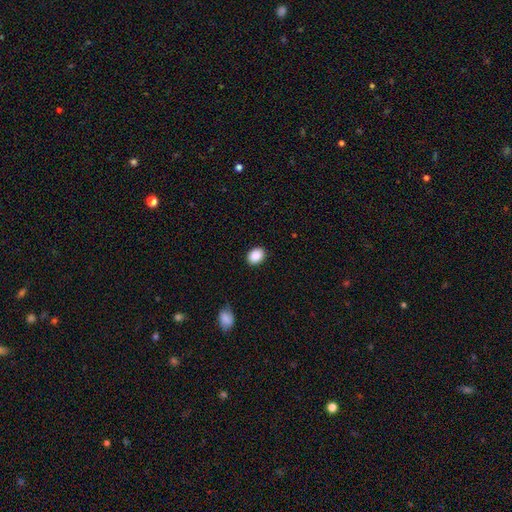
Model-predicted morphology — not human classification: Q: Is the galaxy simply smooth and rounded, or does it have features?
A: smooth — 88%.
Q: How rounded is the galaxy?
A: in between — 62%.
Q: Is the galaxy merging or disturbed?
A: none — 89%.